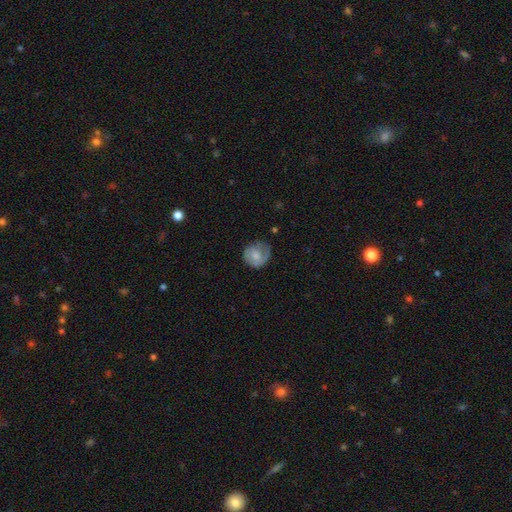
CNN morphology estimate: A smooth galaxy with no disk features (49%).

Vote fractions:
- Smooth or featured? smooth: 49% / featured or disk: 44% / star or artifact: 7%
- Merging? none: 60% / minor disturbance: 25% / major disturbance: 13% / merger: 2%